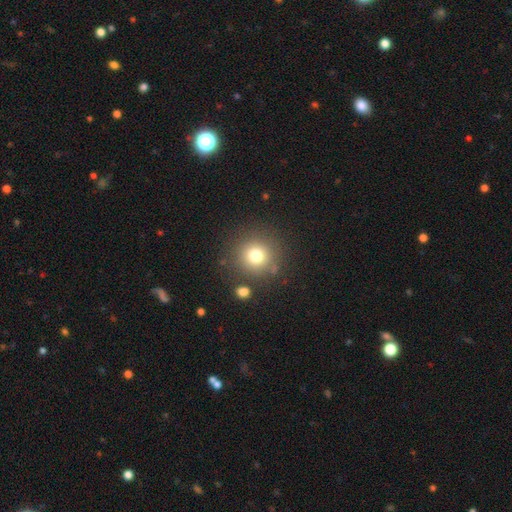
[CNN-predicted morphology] Smooth or featured? Predicted: smooth (p=0.77). How rounded? Predicted: round (p=0.94). Merging? Predicted: none (p=0.84).